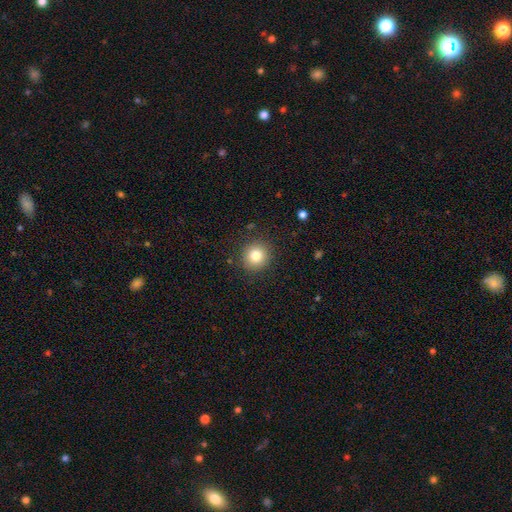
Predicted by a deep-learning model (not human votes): Smooth or featured?
  - smooth: 81% *
  - star or artifact: 11%
  - featured or disk: 8%
How rounded?
  - round: 90% *
  - in between: 9%
  - cigar-shaped: 1%
Merging?
  - none: 89% *
  - minor disturbance: 7%
  - major disturbance: 3%
  - merger: 1%